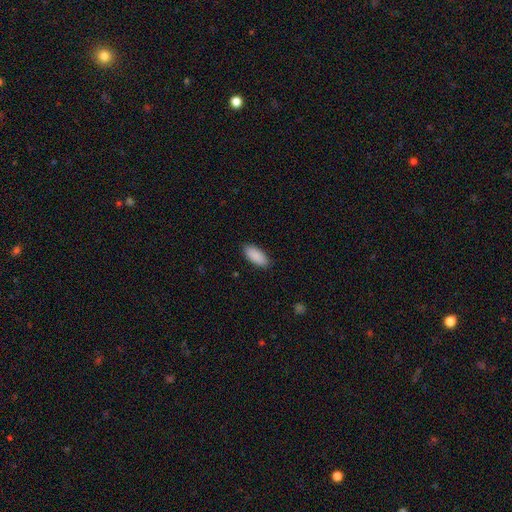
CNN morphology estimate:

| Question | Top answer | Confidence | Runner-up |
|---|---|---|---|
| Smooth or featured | smooth | 91% | star or artifact (6%) |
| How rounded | in between | 89% | cigar-shaped (9%) |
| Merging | none | 88% | minor disturbance (10%) |